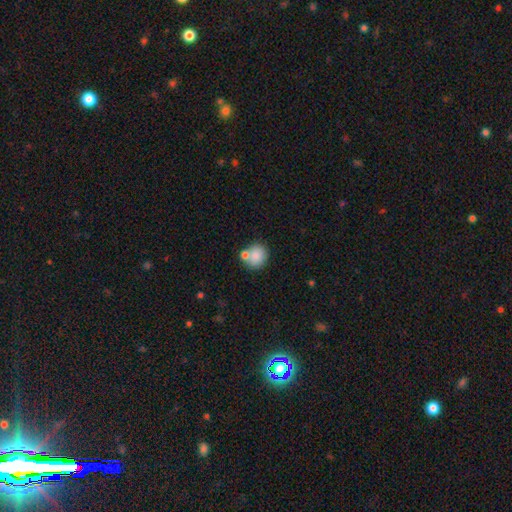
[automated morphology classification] This is clearly a smooth galaxy (83%). How rounded: clearly round (82%). Merging: possibly none (60%).